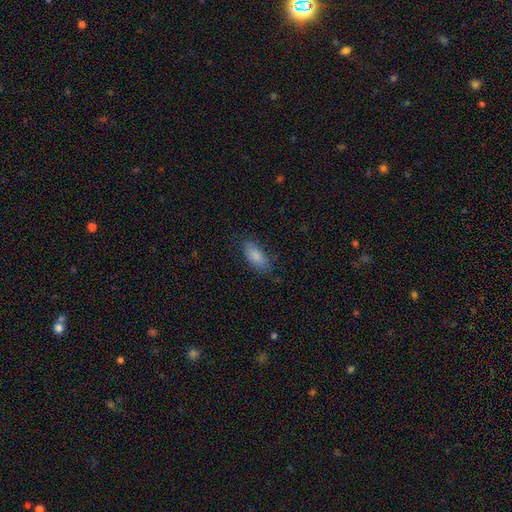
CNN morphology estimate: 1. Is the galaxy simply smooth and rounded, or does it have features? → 85% smooth, 8% featured or disk, 7% star or artifact.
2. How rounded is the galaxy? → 86% in between, 12% cigar-shaped, 2% round.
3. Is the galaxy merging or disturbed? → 78% none, 17% minor disturbance, 4% major disturbance, 1% merger.